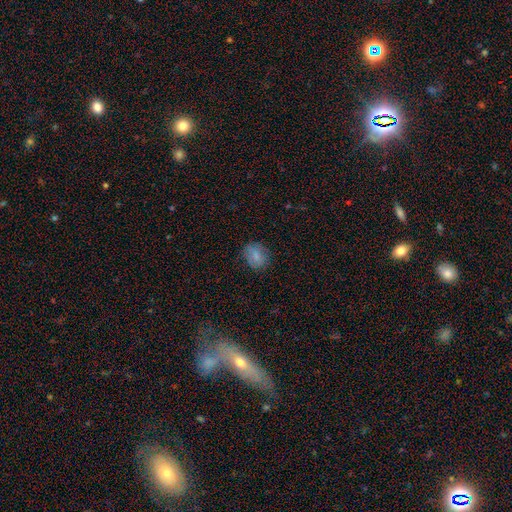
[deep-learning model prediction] This appears to be a smooth galaxy with no disk features (77%) that is in between round and cigar-shaped (51%). Merging: none (76%).